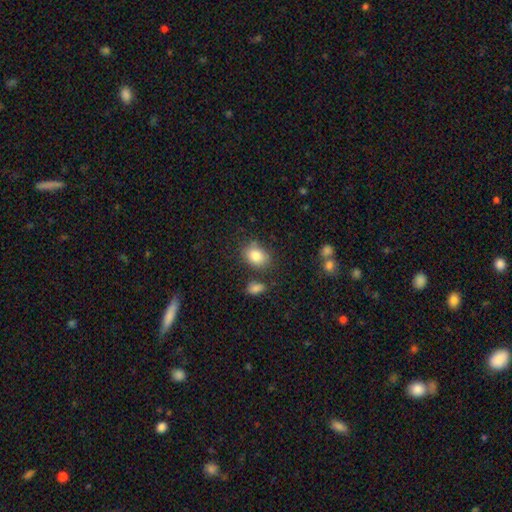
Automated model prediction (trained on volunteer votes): smooth 84%, star or artifact 8%, featured or disk 7%. Down the decision tree: how rounded — in between (70%); merging — none (71%).